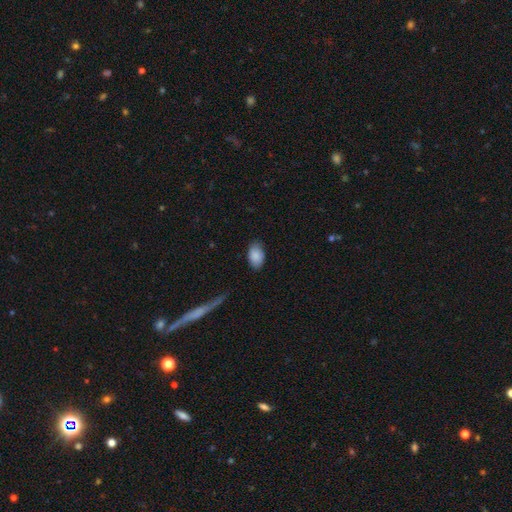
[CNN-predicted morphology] smooth-or-featured: smooth: 88% | star or artifact: 7% | featured or disk: 6%
  how-rounded: in between: 92% | round: 7% | cigar-shaped: 1%
  merging: none: 81% | minor disturbance: 14% | major disturbance: 3% | merger: 1%